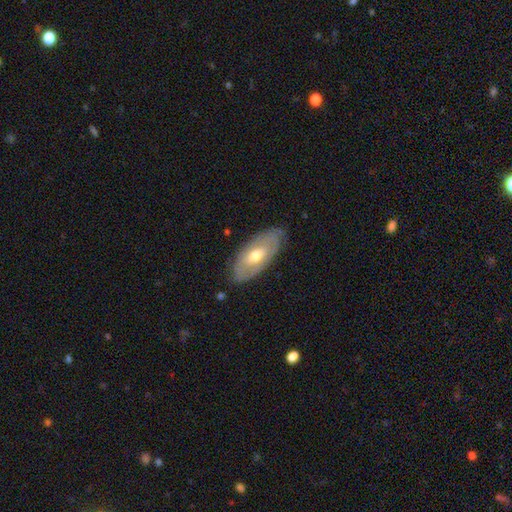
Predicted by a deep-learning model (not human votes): A featured or disk galaxy (58%).

Vote fractions:
- Smooth or featured? featured or disk: 58% / smooth: 36% / star or artifact: 6%
- Edge-on disk? no: 83% / yes: 17%
- Merging? none: 79% / minor disturbance: 16% / major disturbance: 4% / merger: 1%